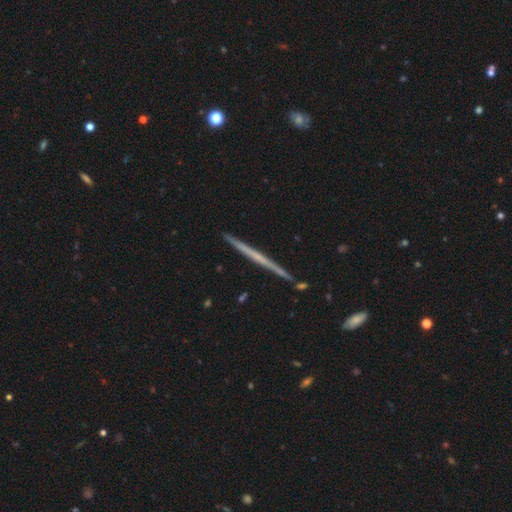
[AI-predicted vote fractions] featured or disk 64%, smooth 31%, star or artifact 5%. Down the decision tree: edge-on disk — yes (98%); edge-on bulge — none (86%); merging — none (91%).